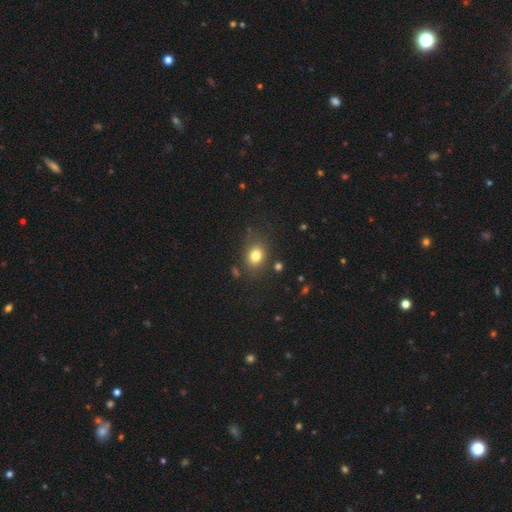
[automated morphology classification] Smooth or featured? smooth (78%)
How rounded? in between (53%)
Merging? none (76%)